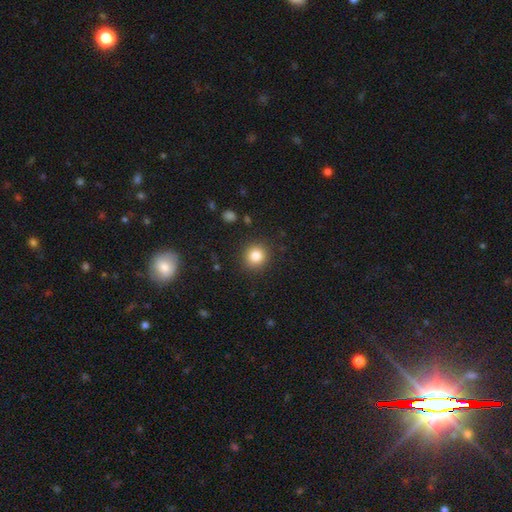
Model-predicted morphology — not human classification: Smooth or featured? Predicted: smooth (p=0.83). How rounded? Predicted: round (p=0.90). Merging? Predicted: none (p=0.90).